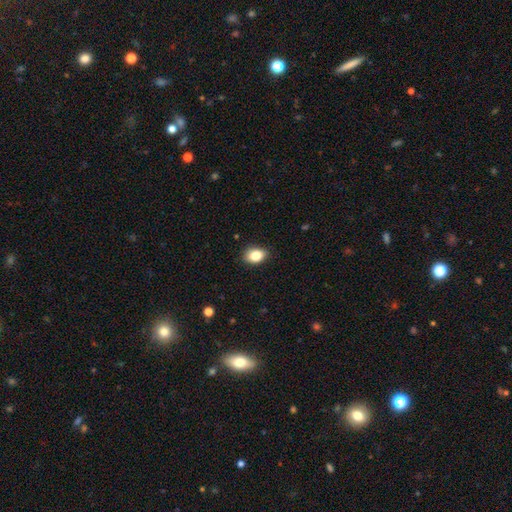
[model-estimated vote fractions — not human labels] Smooth or featured? Predicted: smooth (p=0.85). How rounded? Predicted: in between (p=0.71). Merging? Predicted: none (p=0.85).